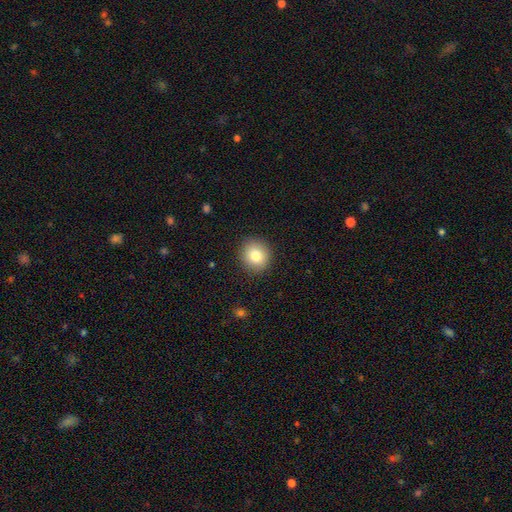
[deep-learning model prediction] smooth-or-featured: smooth: 81% | featured or disk: 9% | star or artifact: 9%
  how-rounded: round: 83% | in between: 17% | cigar-shaped: 1%
  merging: none: 90% | minor disturbance: 7% | major disturbance: 2% | merger: 1%